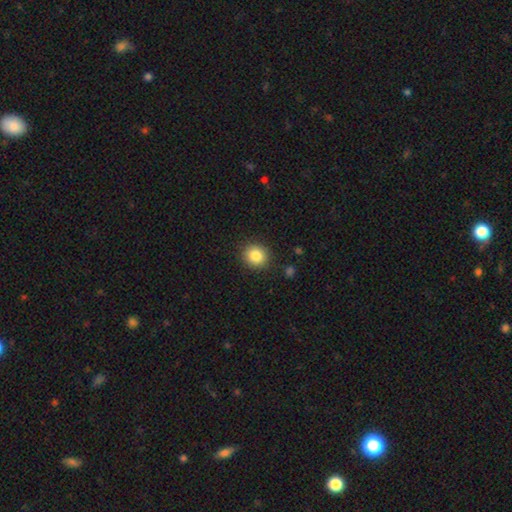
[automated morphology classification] Overall: smooth (84%). How rounded: round (84%). Merging: none (89%).